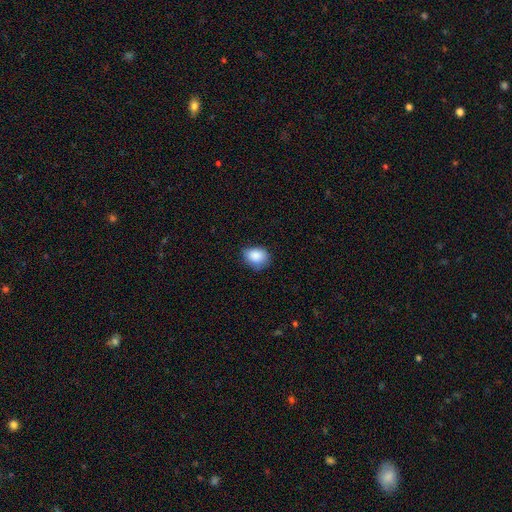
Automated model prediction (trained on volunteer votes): This is clearly a smooth galaxy (88%). How rounded: possibly in between (52%). Merging: likely none (68%).